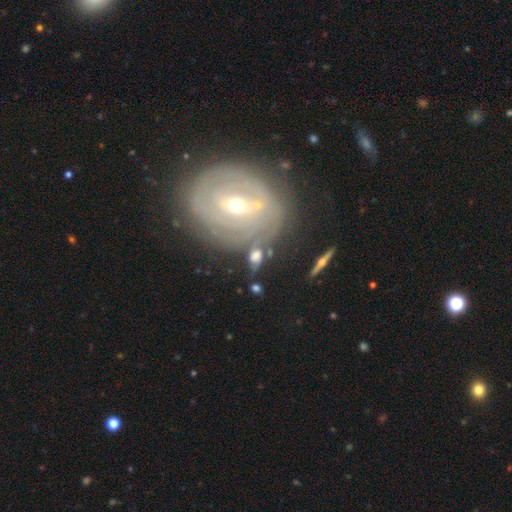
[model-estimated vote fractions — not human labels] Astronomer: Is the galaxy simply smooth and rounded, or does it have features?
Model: featured or disk — 45% (runner-up: smooth, 43%).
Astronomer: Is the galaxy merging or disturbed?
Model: none — 52%.